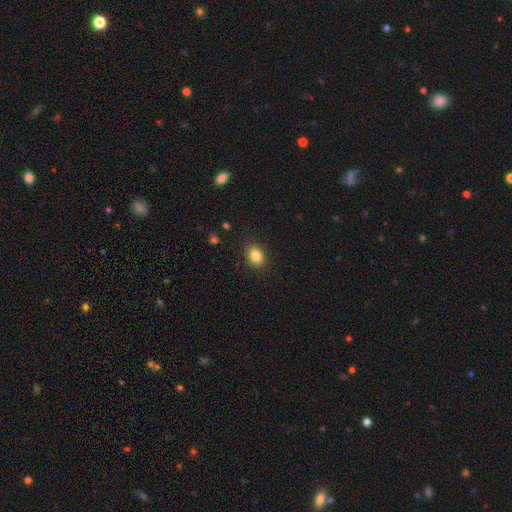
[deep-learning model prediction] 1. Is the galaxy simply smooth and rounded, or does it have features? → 83% smooth, 10% star or artifact, 6% featured or disk.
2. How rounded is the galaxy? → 52% in between, 47% round, 1% cigar-shaped.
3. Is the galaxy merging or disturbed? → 88% none, 9% minor disturbance, 2% major disturbance, 1% merger.